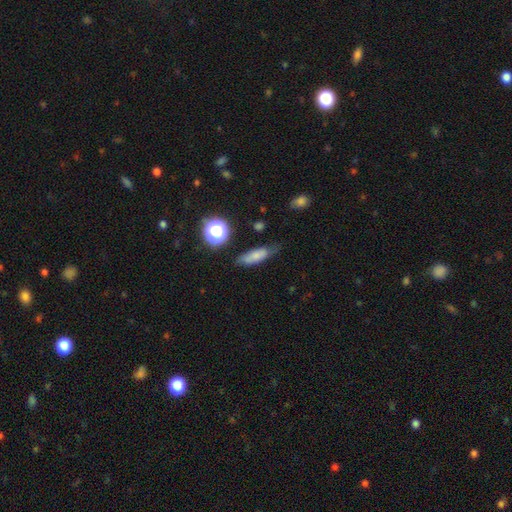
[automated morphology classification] A smooth galaxy with no disk features (68%) that is in between round and cigar-shaped (57%).

Vote fractions:
- Smooth or featured? smooth: 68% / featured or disk: 21% / star or artifact: 11%
- How rounded? in between: 57% / cigar-shaped: 37% / round: 7%
- Merging? none: 59% / minor disturbance: 29% / major disturbance: 9% / merger: 3%